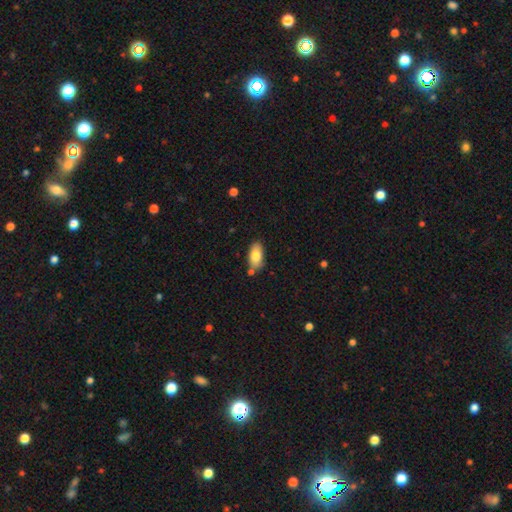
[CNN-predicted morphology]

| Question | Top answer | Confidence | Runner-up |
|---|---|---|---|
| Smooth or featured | smooth | 81% | featured or disk (12%) |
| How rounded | in between | 92% | cigar-shaped (5%) |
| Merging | none | 72% | minor disturbance (16%) |